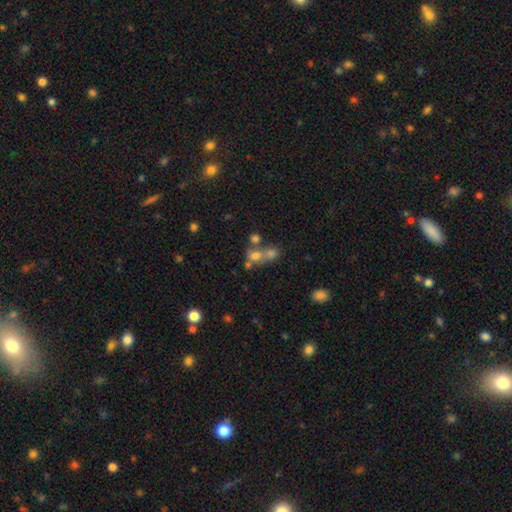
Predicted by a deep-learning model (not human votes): smooth 63%, featured or disk 21%, star or artifact 16%. Down the decision tree: how rounded — round (56%); merging — merger (57%).